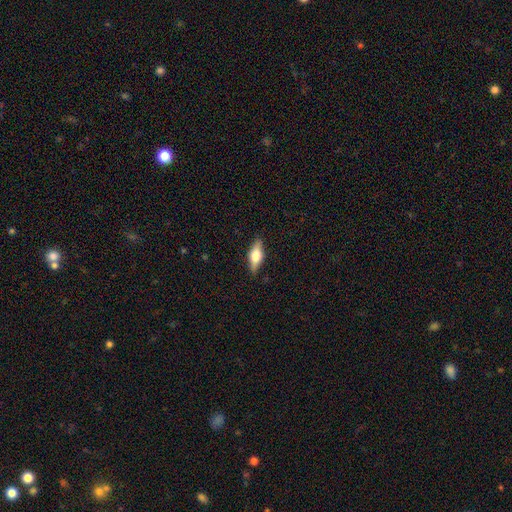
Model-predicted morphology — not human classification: A smooth galaxy with no disk features (49%). Merging: none (87%).